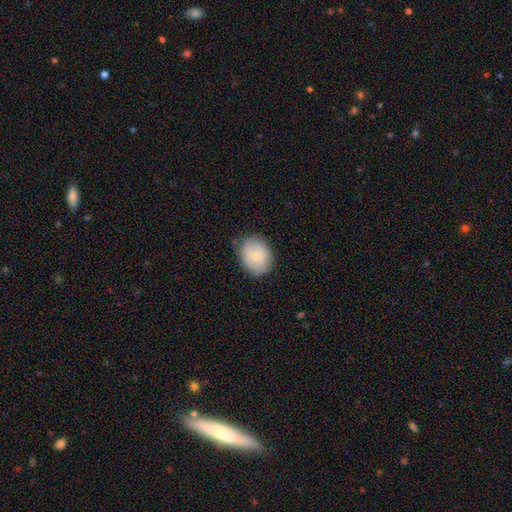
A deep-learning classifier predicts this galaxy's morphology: This appears to be a smooth galaxy with no disk features (69%) that is round (53%). Merging: none (79%).